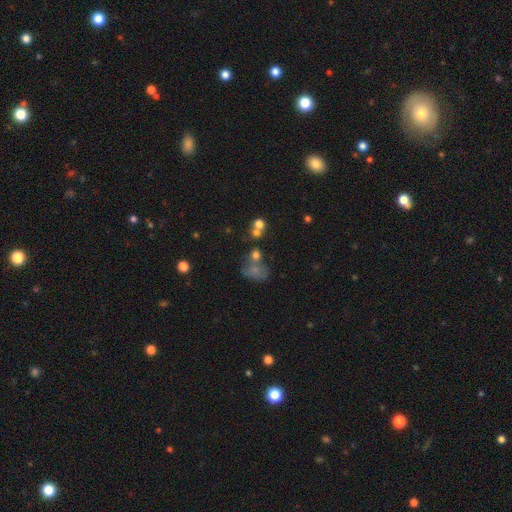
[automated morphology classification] Overall: smooth (48%; star or artifact 33%). Merging: none (45%; merger 28%).